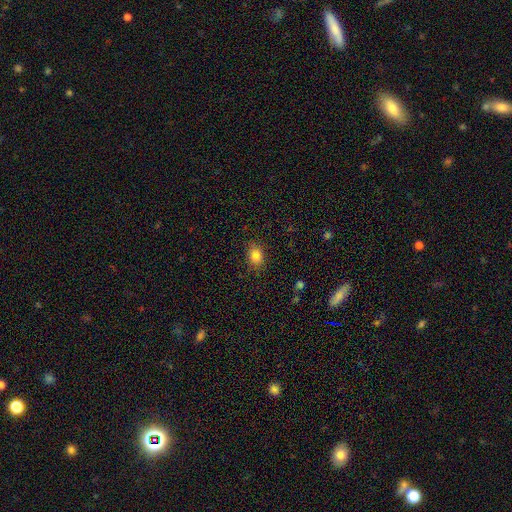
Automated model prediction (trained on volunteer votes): Q: Smooth or featured?
A: smooth (84%); runner-up: star or artifact (10%)
Q: How rounded?
A: in between (58%); runner-up: round (41%)
Q: Merging?
A: none (85%); runner-up: minor disturbance (11%)